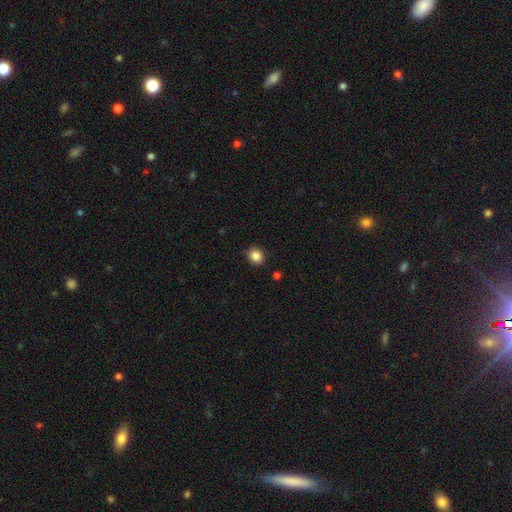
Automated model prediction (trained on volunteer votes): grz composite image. It shows a smooth galaxy with no disk features (86%) that is round (75%). Merging: none (85%).